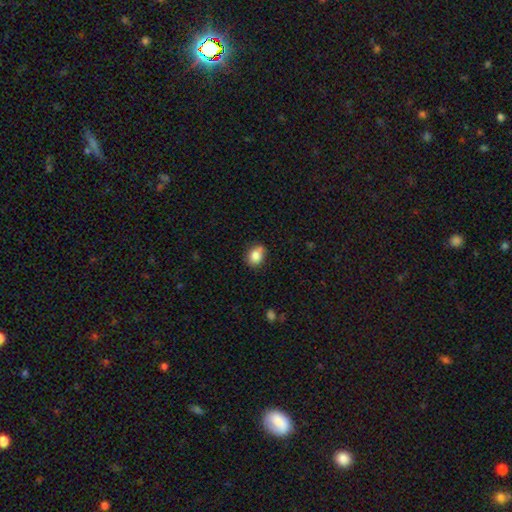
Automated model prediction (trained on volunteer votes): Smooth or featured? smooth (82%)
How rounded? round (53%)
Merging? none (66%)